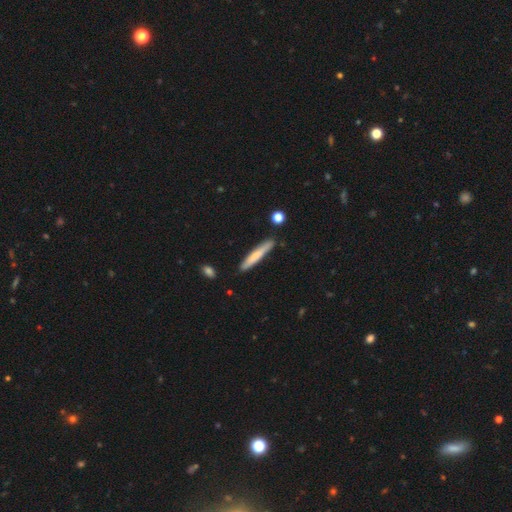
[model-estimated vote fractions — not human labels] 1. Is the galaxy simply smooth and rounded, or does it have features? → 68% smooth, 27% featured or disk, 5% star or artifact.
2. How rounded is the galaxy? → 93% cigar-shaped, 5% in between, 1% round.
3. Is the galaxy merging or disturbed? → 85% none, 10% minor disturbance, 3% merger, 2% major disturbance.